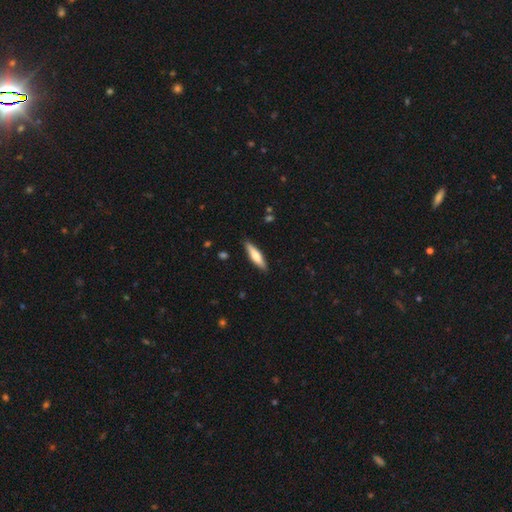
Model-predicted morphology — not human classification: This appears to be a smooth galaxy with no disk features (66%) that is cigar-shaped (74%). Merging: none (88%).